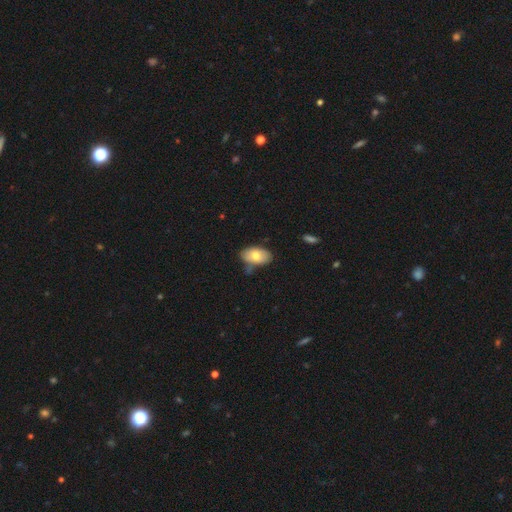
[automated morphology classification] A smooth galaxy with no disk features (74%) that is in between round and cigar-shaped (93%). Merging: none (63%).